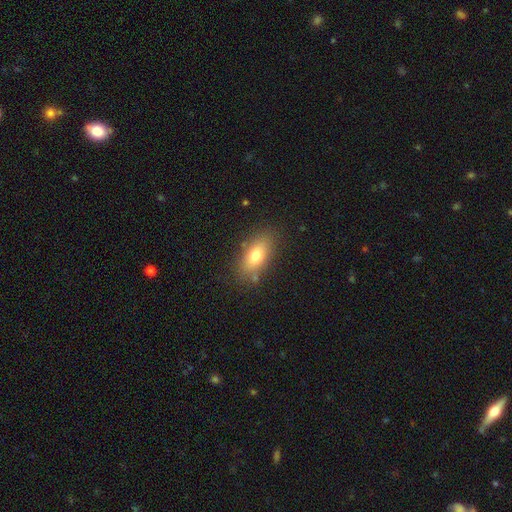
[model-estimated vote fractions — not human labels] A smooth galaxy with no disk features (74%) that is in between round and cigar-shaped (84%).

Vote fractions:
- Smooth or featured? smooth: 74% / featured or disk: 17% / star or artifact: 9%
- How rounded? in between: 84% / cigar-shaped: 9% / round: 8%
- Merging? none: 79% / minor disturbance: 13% / major disturbance: 4% / merger: 3%